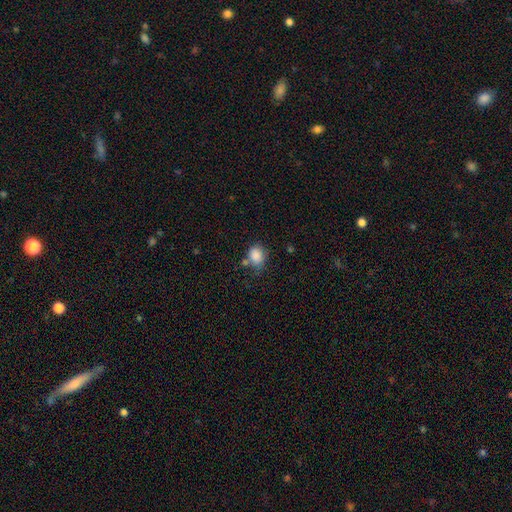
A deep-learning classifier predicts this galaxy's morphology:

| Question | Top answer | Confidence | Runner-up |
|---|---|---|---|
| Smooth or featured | smooth | 85% | star or artifact (10%) |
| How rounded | round | 54% | in between (45%) |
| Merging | none | 58% | minor disturbance (23%) |